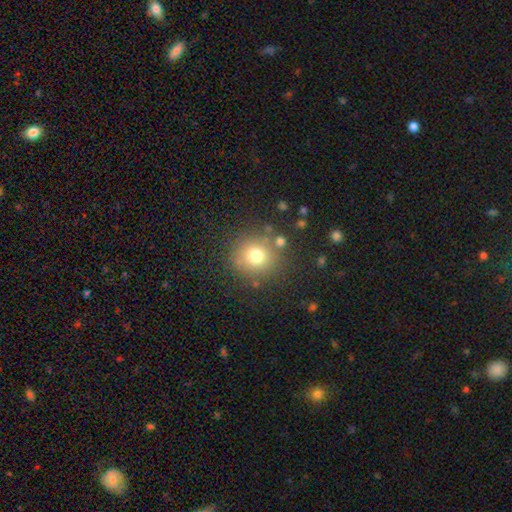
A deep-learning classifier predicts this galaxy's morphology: The model was most divided on "smooth or featured": smooth: 74%, star or artifact: 15%, featured or disk: 11%. More confident: how rounded — round (91%); merging — none (81%).